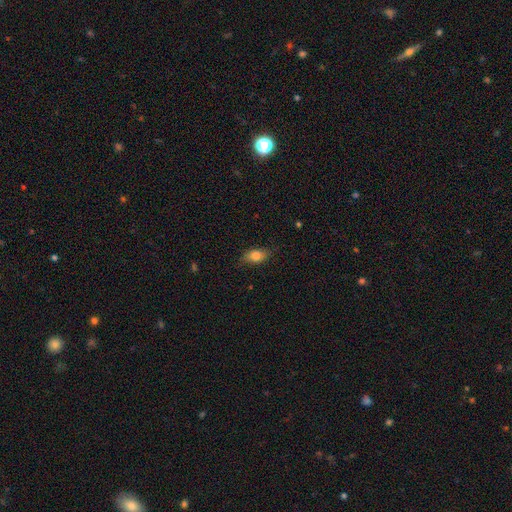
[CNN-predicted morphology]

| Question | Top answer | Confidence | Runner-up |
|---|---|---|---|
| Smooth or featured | smooth | 77% | featured or disk (15%) |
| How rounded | in between | 85% | round (9%) |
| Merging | none | 73% | minor disturbance (21%) |